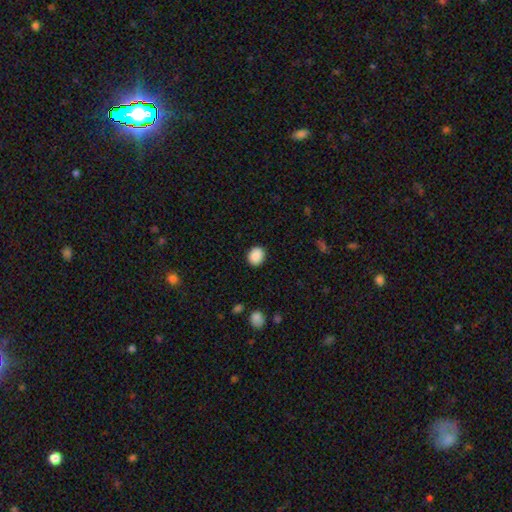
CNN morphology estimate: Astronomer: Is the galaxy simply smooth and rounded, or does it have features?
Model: smooth — 89%.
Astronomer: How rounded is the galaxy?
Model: round — 69%.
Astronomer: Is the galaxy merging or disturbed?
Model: none — 89%.